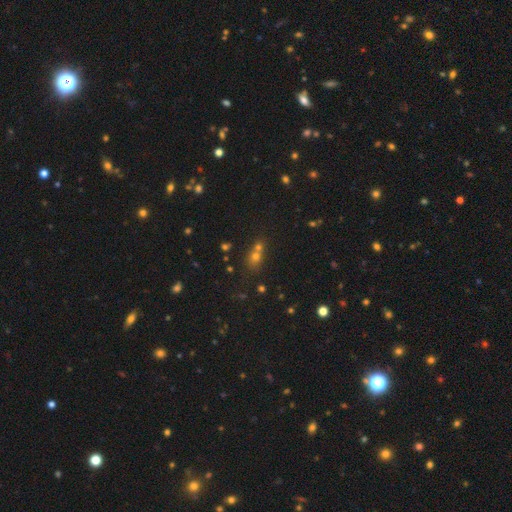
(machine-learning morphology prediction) Smooth or featured? smooth (55%)
How rounded? round (68%)
Merging? none (48%)